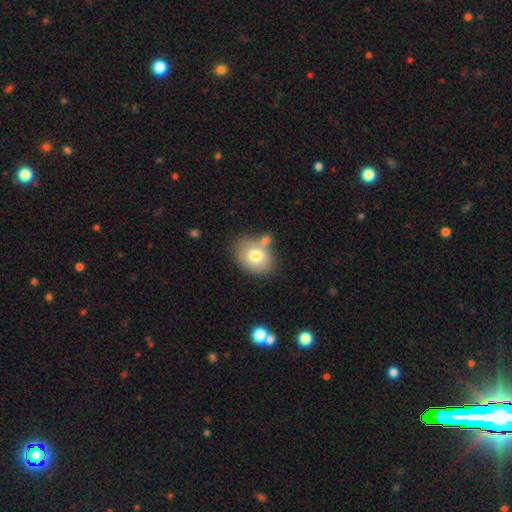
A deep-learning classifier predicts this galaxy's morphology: Smooth or featured? Predicted: smooth (p=0.74). How rounded? Predicted: in between (p=0.58). Merging? Predicted: none (p=0.57).